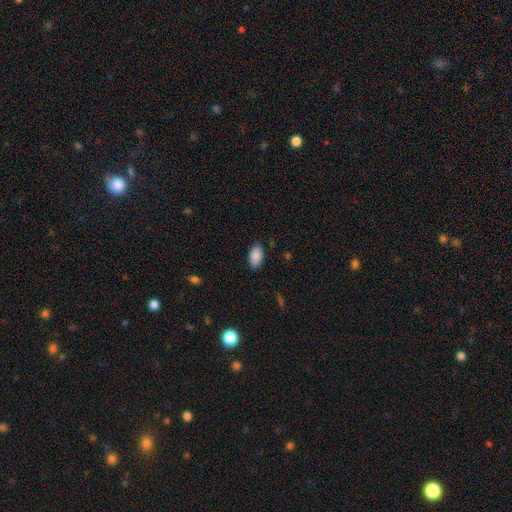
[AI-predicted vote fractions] Smooth or featured? Predicted: smooth (p=0.89). How rounded? Predicted: in between (p=0.94). Merging? Predicted: none (p=0.85).